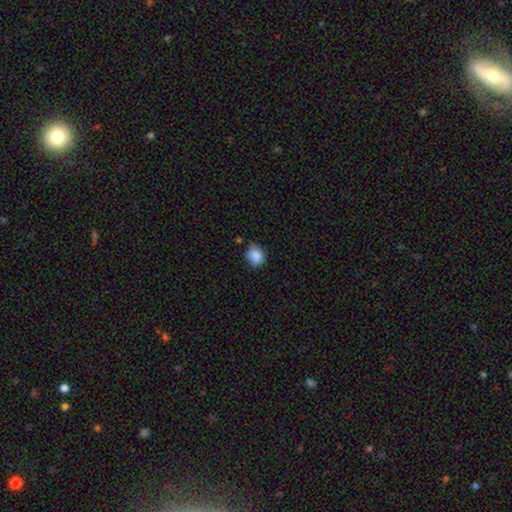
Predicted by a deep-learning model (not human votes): A smooth galaxy with no disk features (86%) that is round (58%).

Vote fractions:
- Smooth or featured? smooth: 86% / star or artifact: 8% / featured or disk: 5%
- How rounded? round: 58% / in between: 41% / cigar-shaped: 1%
- Merging? none: 66% / minor disturbance: 27% / major disturbance: 4% / merger: 3%